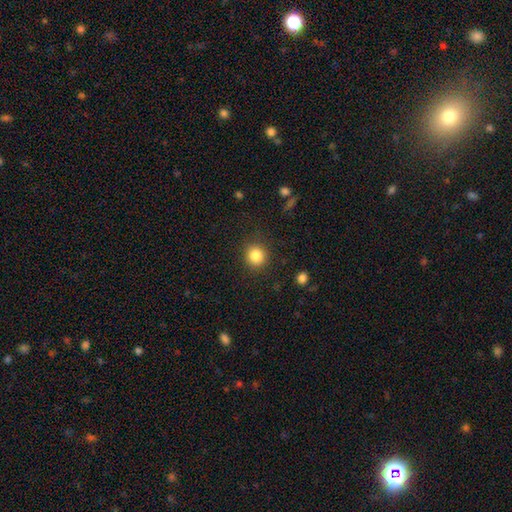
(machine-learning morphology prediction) Smooth or featured: smooth — 84% (star or artifact — 11%)
How rounded: round — 87% (in between — 12%)
Merging: none — 88% (minor disturbance — 8%)